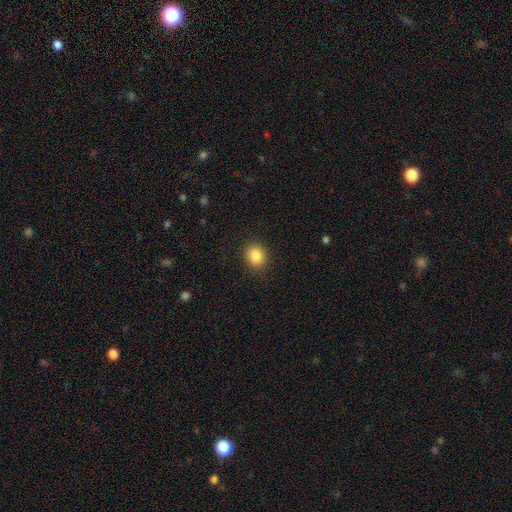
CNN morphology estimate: Q: Smooth or featured?
A: smooth (85%); runner-up: star or artifact (10%)
Q: How rounded?
A: round (80%); runner-up: in between (19%)
Q: Merging?
A: none (90%); runner-up: minor disturbance (7%)